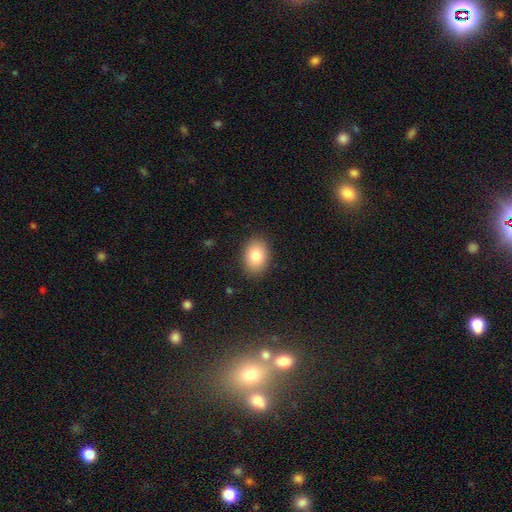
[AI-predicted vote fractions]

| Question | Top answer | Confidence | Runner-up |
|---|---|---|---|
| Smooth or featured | smooth | 82% | featured or disk (10%) |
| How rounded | in between | 73% | round (26%) |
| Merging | none | 87% | minor disturbance (9%) |